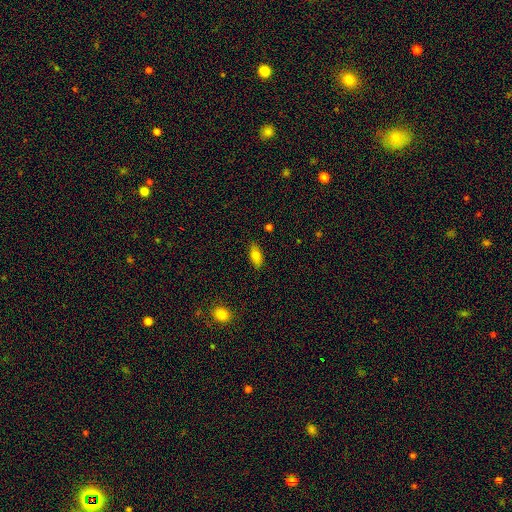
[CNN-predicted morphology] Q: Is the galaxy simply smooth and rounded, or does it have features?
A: smooth — 79%.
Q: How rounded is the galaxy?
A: in between — 86%.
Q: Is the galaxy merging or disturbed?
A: none — 85%.